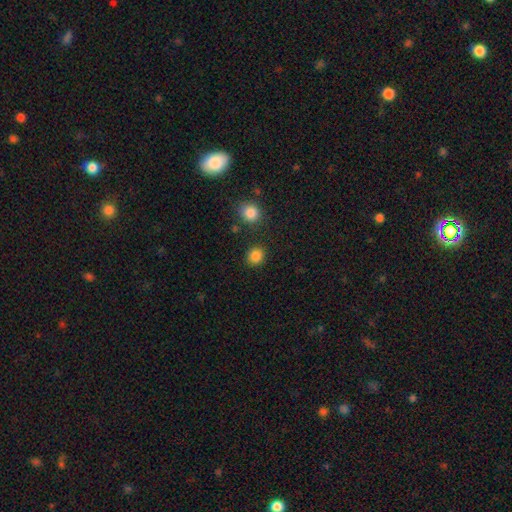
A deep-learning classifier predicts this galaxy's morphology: A smooth galaxy with no disk features (85%) that is round (87%). Merging: none (87%).